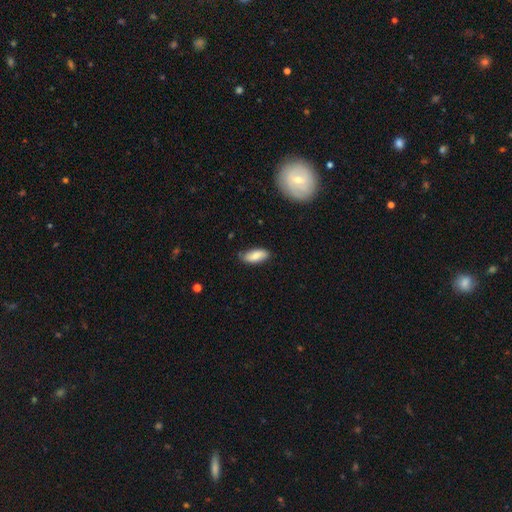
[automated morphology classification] smooth-or-featured: smooth: 80% | featured or disk: 14% | star or artifact: 7%
  how-rounded: in between: 83% | cigar-shaped: 14% | round: 2%
  merging: none: 74% | minor disturbance: 21% | major disturbance: 3% | merger: 2%